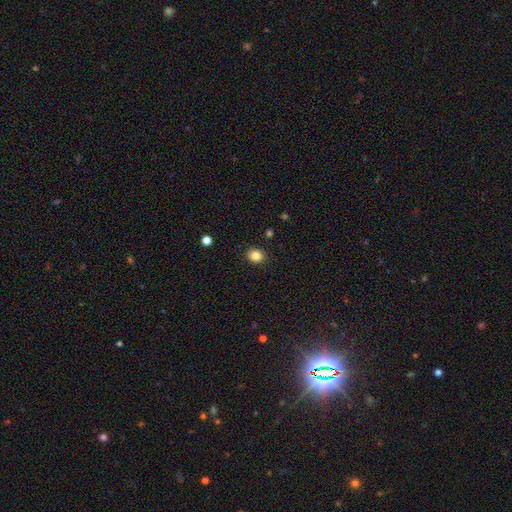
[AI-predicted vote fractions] The model was most divided on "how rounded": round: 70%, in between: 29%, cigar-shaped: 1%. More confident: merging — none (90%); smooth or featured — smooth (84%).